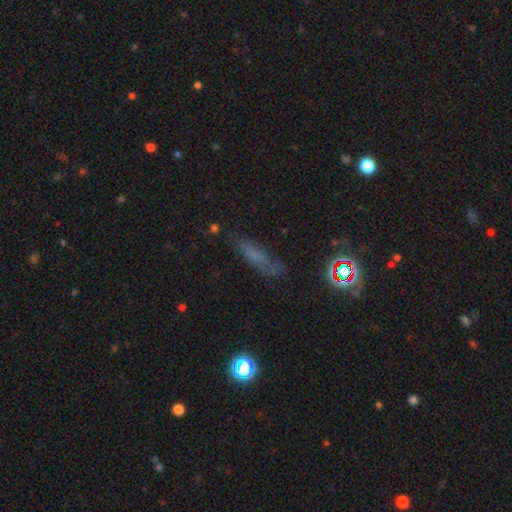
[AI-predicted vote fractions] Smooth or featured?
  - smooth: 49% *
  - featured or disk: 26%
  - star or artifact: 25%
Merging?
  - none: 65% *
  - minor disturbance: 22%
  - major disturbance: 10%
  - merger: 4%